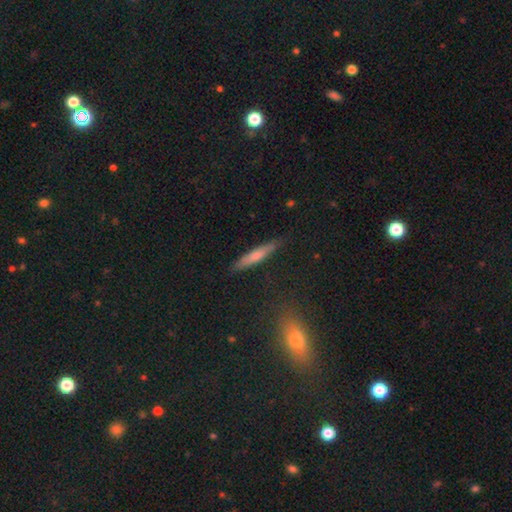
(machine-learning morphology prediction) A smooth galaxy with no disk features (63%) that is cigar-shaped (90%).

Vote fractions:
- Smooth or featured? smooth: 63% / featured or disk: 30% / star or artifact: 7%
- How rounded? cigar-shaped: 90% / in between: 8% / round: 2%
- Merging? none: 85% / minor disturbance: 11% / major disturbance: 2% / merger: 1%